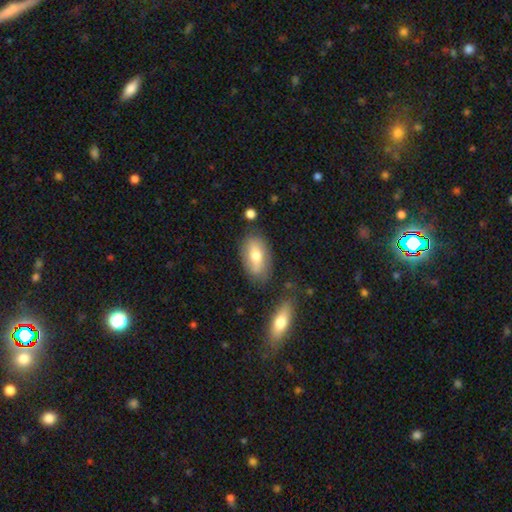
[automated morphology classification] A smooth galaxy with no disk features (66%) that is in between round and cigar-shaped (89%). Merging: none (74%).